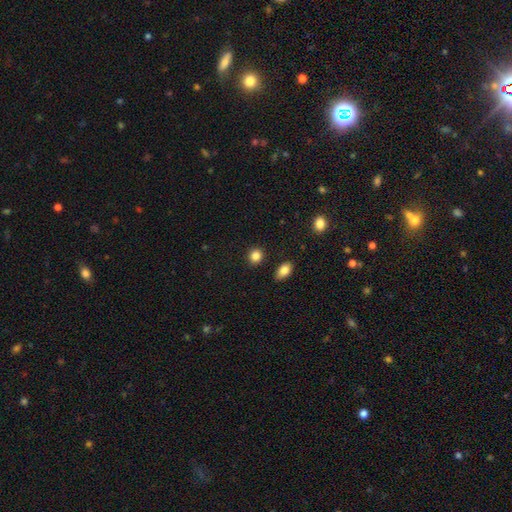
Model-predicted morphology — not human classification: Q: Smooth or featured?
A: smooth (86%); runner-up: star or artifact (10%)
Q: How rounded?
A: round (75%); runner-up: in between (23%)
Q: Merging?
A: none (88%); runner-up: minor disturbance (7%)